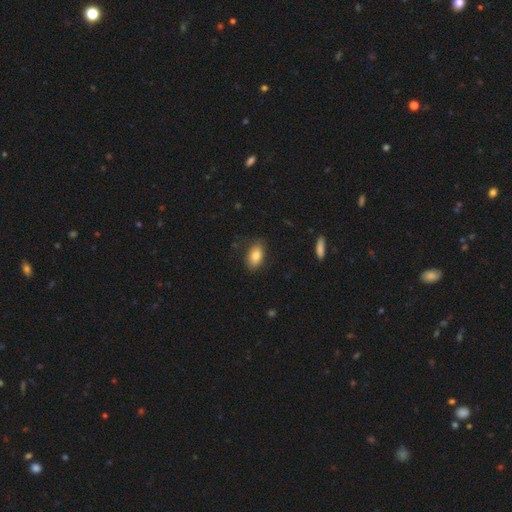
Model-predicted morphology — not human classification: The model was most divided on "merging": none: 84%, minor disturbance: 12%, major disturbance: 3%, merger: 1%. More confident: how rounded — in between (91%); smooth or featured — smooth (82%).